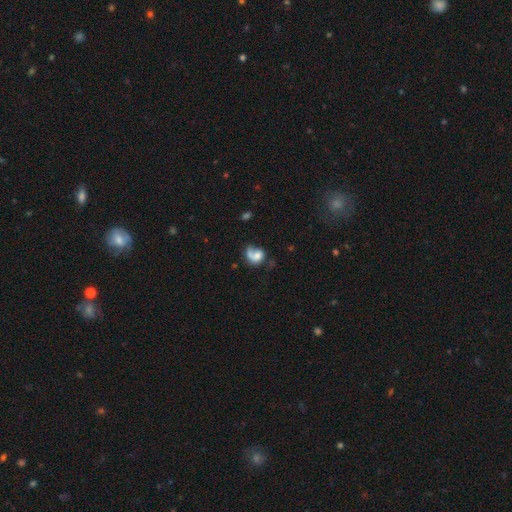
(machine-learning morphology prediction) The model was most divided on "merging": none: 34%, major disturbance: 32%, minor disturbance: 19%, merger: 14%. Remaining: smooth or featured — smooth (47%).